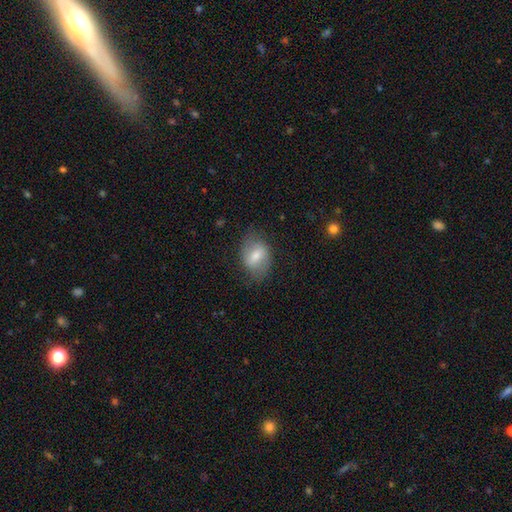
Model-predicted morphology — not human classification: smooth-or-featured: smooth: 60% | featured or disk: 33% | star or artifact: 7%
  how-rounded: in between: 72% | round: 26% | cigar-shaped: 2%
  merging: none: 70% | minor disturbance: 21% | major disturbance: 8% | merger: 1%